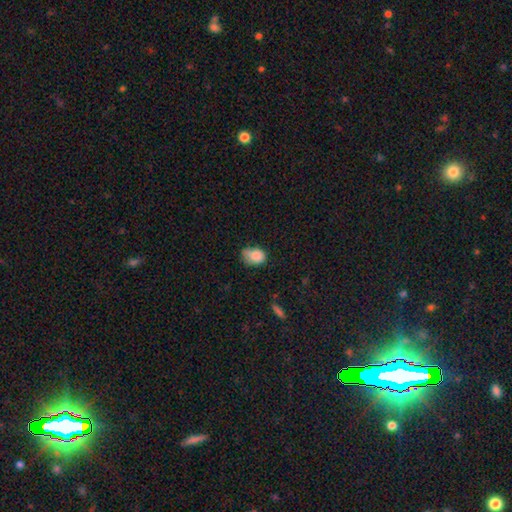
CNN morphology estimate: Q: Smooth or featured?
A: smooth (83%); runner-up: star or artifact (9%)
Q: How rounded?
A: in between (67%); runner-up: round (32%)
Q: Merging?
A: minor disturbance (43%); runner-up: none (41%)